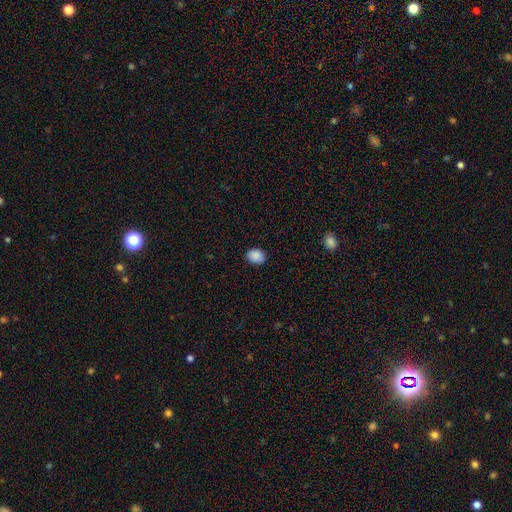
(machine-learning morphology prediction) This is clearly a smooth galaxy (89%). How rounded: possibly in between (51%). Merging: clearly none (87%).